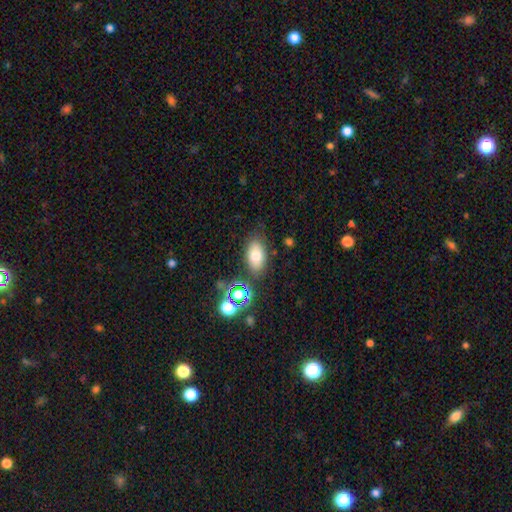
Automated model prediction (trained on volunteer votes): Smooth or featured: smooth — 75% (featured or disk — 13%)
How rounded: in between — 89% (round — 8%)
Merging: none — 77% (minor disturbance — 13%)